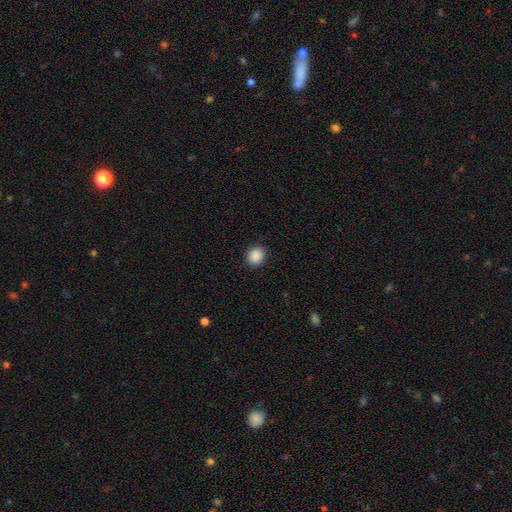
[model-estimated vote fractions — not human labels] smooth_or_featured: smooth (p=0.89) [alt: star or artifact p=0.09]
how_rounded: round (p=0.72) [alt: in between p=0.27]
merging: none (p=0.91) [alt: minor disturbance p=0.06]